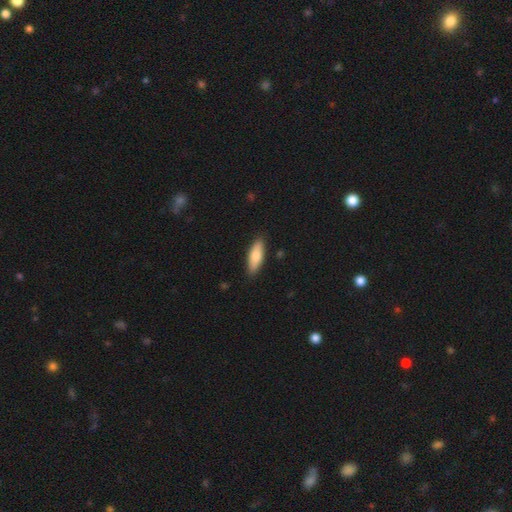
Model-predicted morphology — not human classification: Smooth or featured? smooth (75%)
How rounded? in between (59%)
Merging? none (87%)